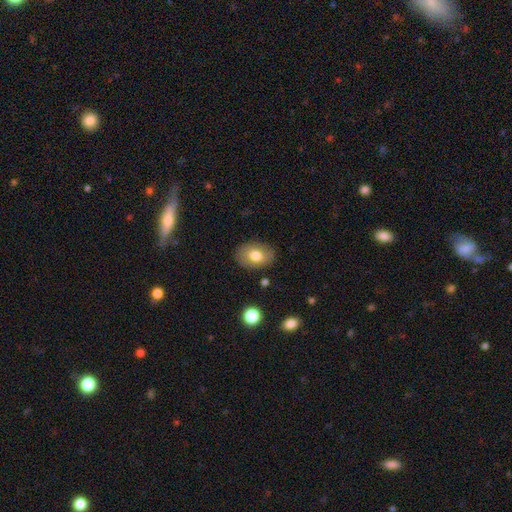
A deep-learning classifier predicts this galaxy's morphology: Smooth or featured: smooth — 75% (featured or disk — 17%)
How rounded: in between — 79% (round — 20%)
Merging: none — 84% (minor disturbance — 11%)